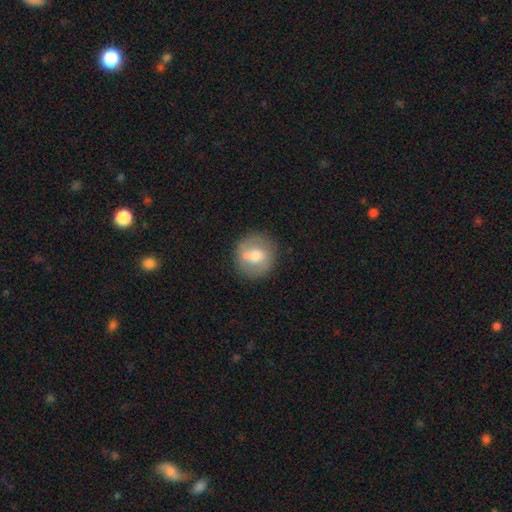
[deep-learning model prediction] Smooth or featured?
  - smooth: 61% *
  - featured or disk: 31%
  - star or artifact: 7%
How rounded?
  - round: 91% *
  - in between: 8%
  - cigar-shaped: 1%
Merging?
  - none: 71% *
  - minor disturbance: 14%
  - merger: 10%
  - major disturbance: 5%